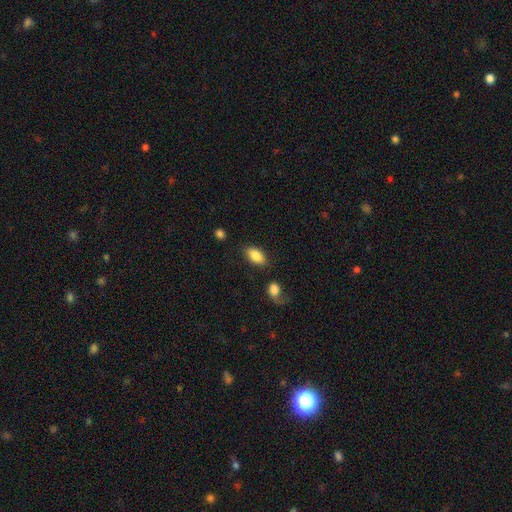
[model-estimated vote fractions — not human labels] smooth_or_featured: smooth (p=0.85) [alt: featured or disk p=0.08]
how_rounded: in between (p=0.92) [alt: round p=0.04]
merging: none (p=0.80) [alt: minor disturbance p=0.11]